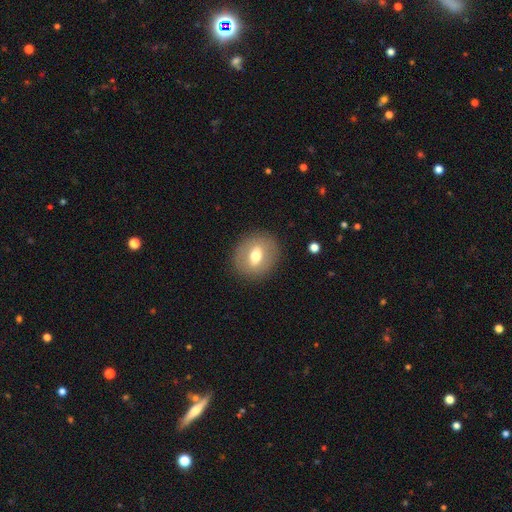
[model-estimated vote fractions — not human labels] Smooth or featured? Predicted: smooth (p=0.55). How rounded? Predicted: round (p=0.65). Merging? Predicted: none (p=0.86).